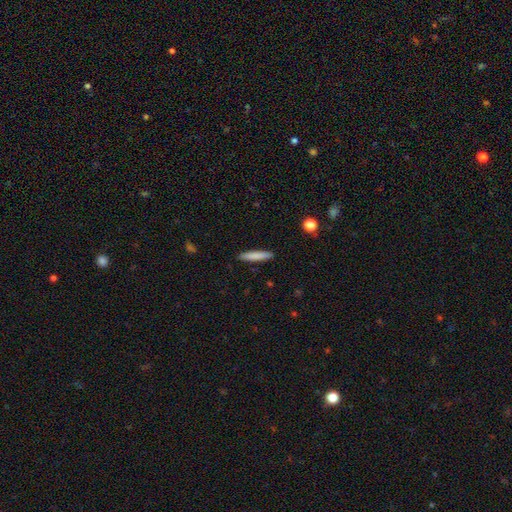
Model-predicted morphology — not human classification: This is likely a smooth galaxy (80%). How rounded: clearly cigar-shaped (92%). Merging: clearly none (91%).